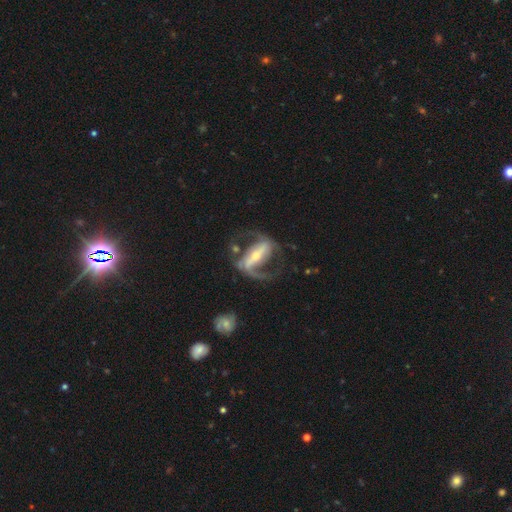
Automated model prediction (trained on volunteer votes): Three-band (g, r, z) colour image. It shows a featured or disk galaxy (88%) with a strong bar (74%), 2 (84%) medium (45%) spiral arms (91%) and a small central bulge (52%). Merging: none (58%).